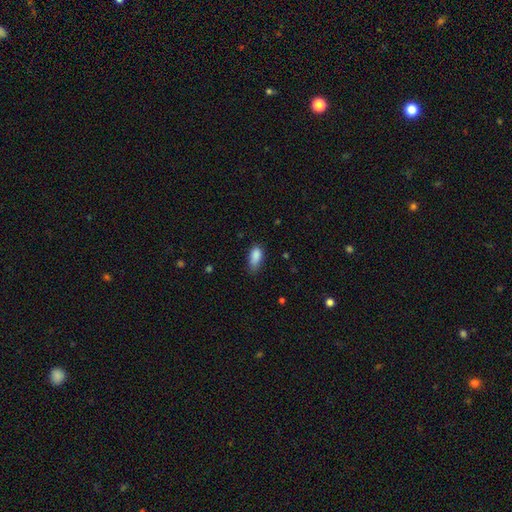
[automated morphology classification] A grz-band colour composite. It shows a smooth galaxy with no disk features (86%) that is in between round and cigar-shaped (86%). Merging: none (53%).